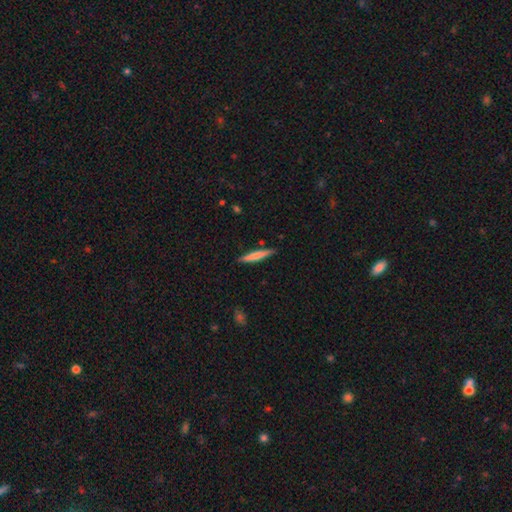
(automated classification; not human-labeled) The model was most divided on "smooth or featured": smooth: 67%, featured or disk: 28%, star or artifact: 6%. More confident: how rounded — cigar-shaped (93%); merging — none (88%).